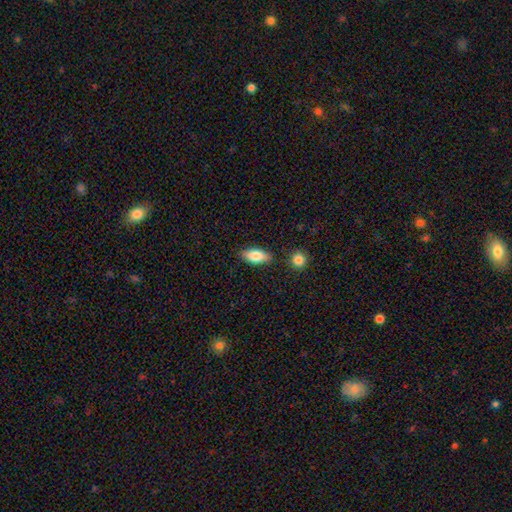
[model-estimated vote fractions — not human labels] A smooth galaxy with no disk features (81%) that is in between round and cigar-shaped (85%). Merging: none (83%).